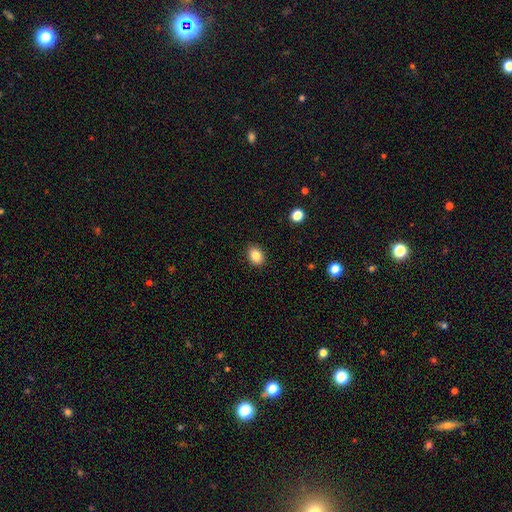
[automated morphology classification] A smooth galaxy with no disk features (84%) that is in between round and cigar-shaped (62%). Merging: none (90%).